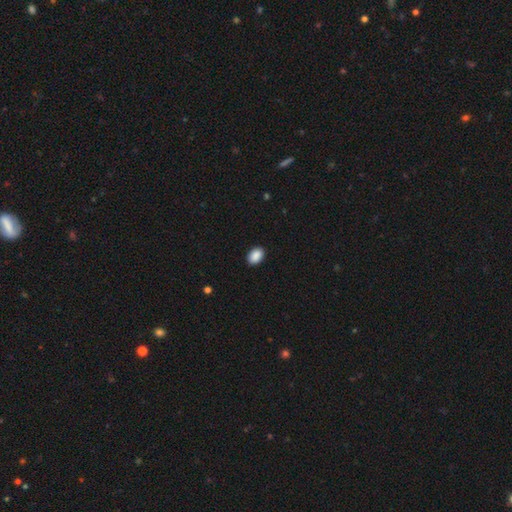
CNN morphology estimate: Smooth or featured? smooth (90%)
How rounded? in between (83%)
Merging? none (90%)